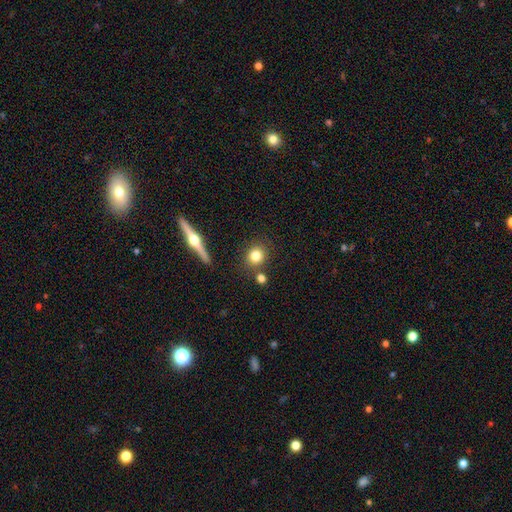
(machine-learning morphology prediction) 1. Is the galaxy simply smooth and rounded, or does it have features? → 78% smooth, 13% featured or disk, 10% star or artifact.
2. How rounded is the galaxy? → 82% round, 16% in between, 2% cigar-shaped.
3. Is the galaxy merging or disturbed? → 78% none, 10% merger, 9% minor disturbance, 3% major disturbance.